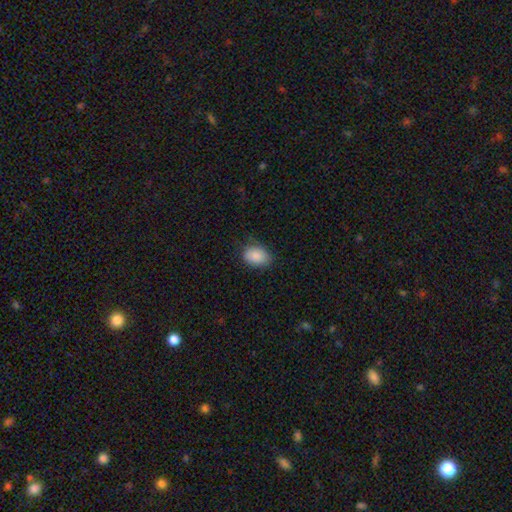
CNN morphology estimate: Q: Smooth or featured?
A: smooth (88%); runner-up: star or artifact (7%)
Q: How rounded?
A: in between (78%); runner-up: round (21%)
Q: Merging?
A: none (76%); runner-up: minor disturbance (19%)